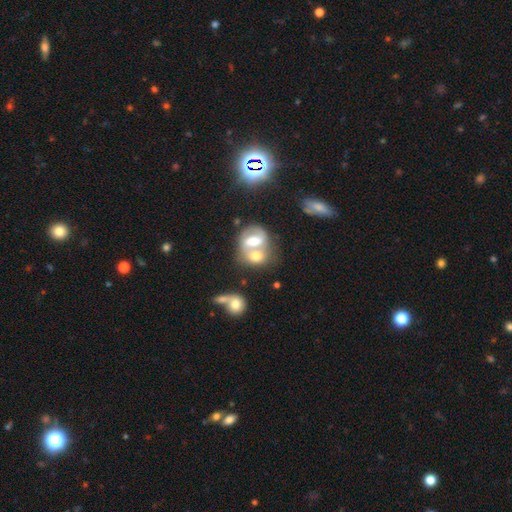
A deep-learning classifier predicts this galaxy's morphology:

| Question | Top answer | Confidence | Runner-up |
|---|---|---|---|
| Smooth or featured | featured or disk | 47% | smooth (44%) |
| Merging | merger | 63% | none (24%) |